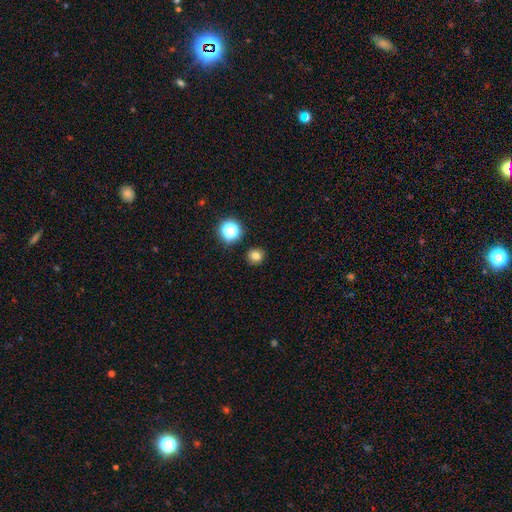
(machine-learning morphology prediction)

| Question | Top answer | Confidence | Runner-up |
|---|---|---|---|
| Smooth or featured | smooth | 78% | star or artifact (16%) |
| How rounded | round | 89% | in between (10%) |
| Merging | none | 89% | minor disturbance (7%) |